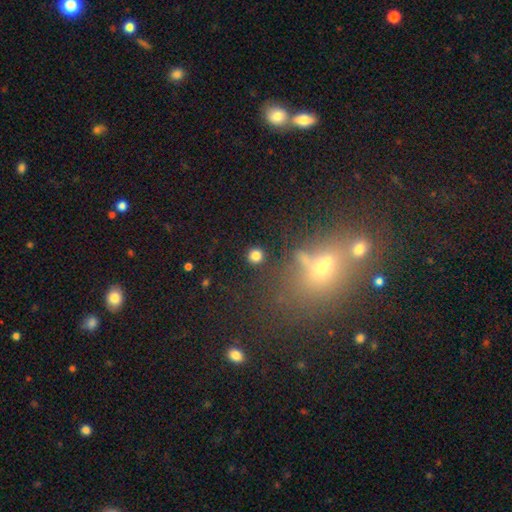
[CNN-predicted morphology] A smooth galaxy with no disk features (82%) that is round (93%). Merging: none (90%).